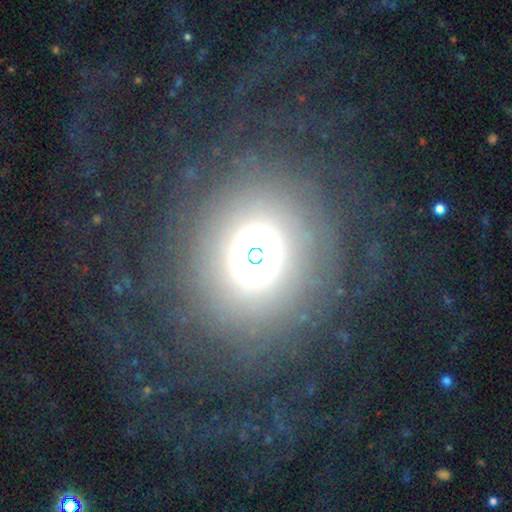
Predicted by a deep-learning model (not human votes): The model was most divided on "smooth or featured": smooth: 45%, star or artifact: 36%, featured or disk: 19%. More confident: merging — none (81%).